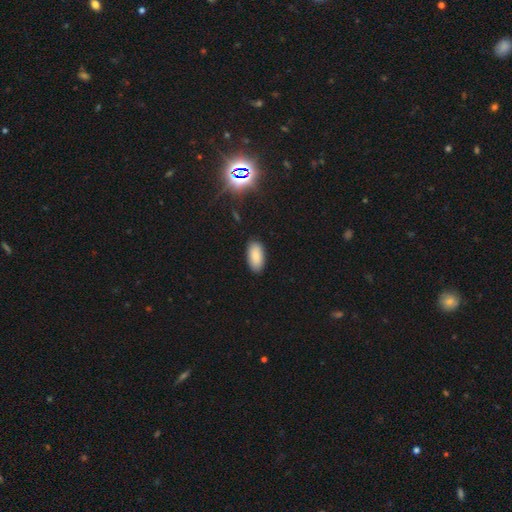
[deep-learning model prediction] Smooth or featured?
  - smooth: 86% *
  - star or artifact: 8%
  - featured or disk: 5%
How rounded?
  - in between: 93% *
  - cigar-shaped: 5%
  - round: 2%
Merging?
  - none: 87% *
  - minor disturbance: 9%
  - major disturbance: 2%
  - merger: 1%